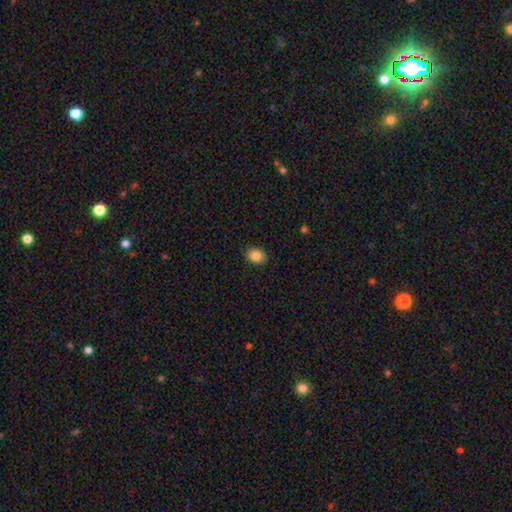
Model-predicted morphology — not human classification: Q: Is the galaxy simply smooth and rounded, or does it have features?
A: smooth — 87%.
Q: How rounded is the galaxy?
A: in between — 60%.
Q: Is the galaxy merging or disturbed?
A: none — 88%.